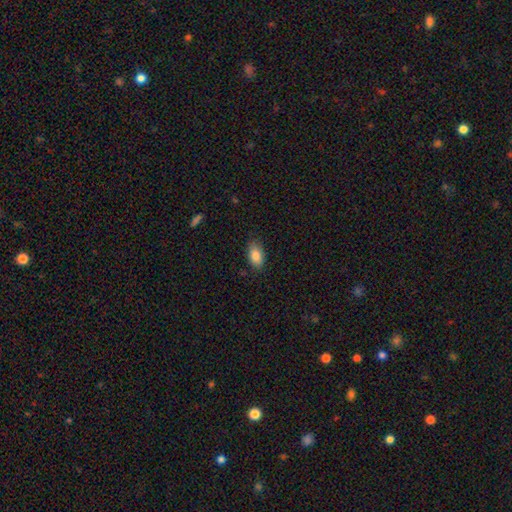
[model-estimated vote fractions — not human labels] This appears to be a smooth galaxy with no disk features (86%) that is in between round and cigar-shaped (92%). Merging: none (83%).